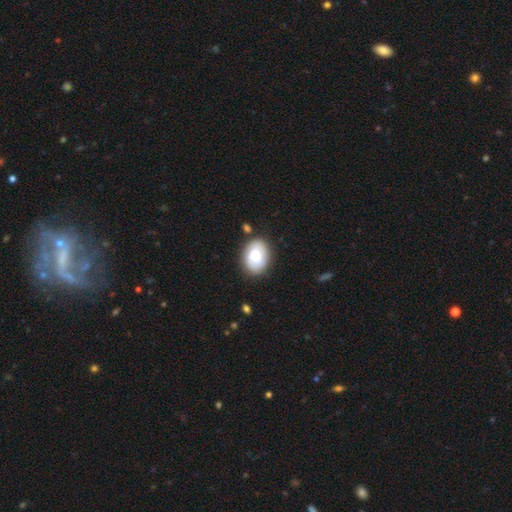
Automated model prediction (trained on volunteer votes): Smooth or featured? Predicted: smooth (p=0.67). How rounded? Predicted: in between (p=0.71). Merging? Predicted: none (p=0.82).